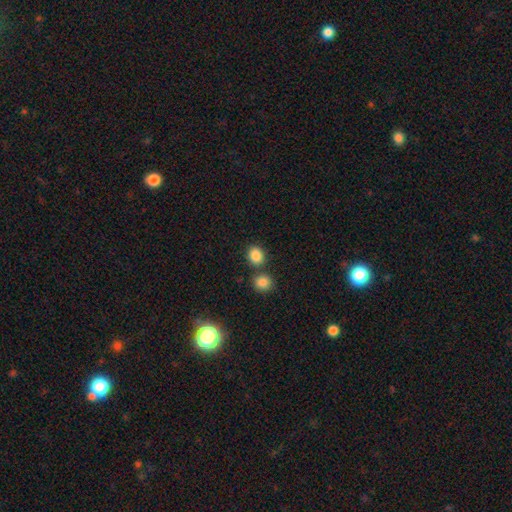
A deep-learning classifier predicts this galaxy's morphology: This appears to be a smooth galaxy with no disk features (86%) that is round (69%). Merging: none (69%).